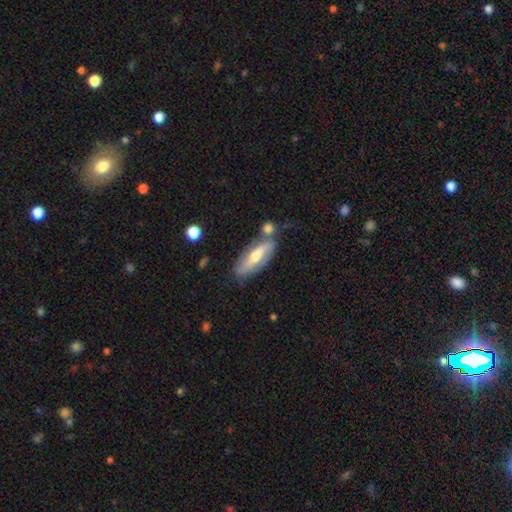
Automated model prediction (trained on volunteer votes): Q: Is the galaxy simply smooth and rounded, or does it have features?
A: featured or disk — 57%.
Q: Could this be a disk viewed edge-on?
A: no — 60%.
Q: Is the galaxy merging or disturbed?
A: none — 66%.